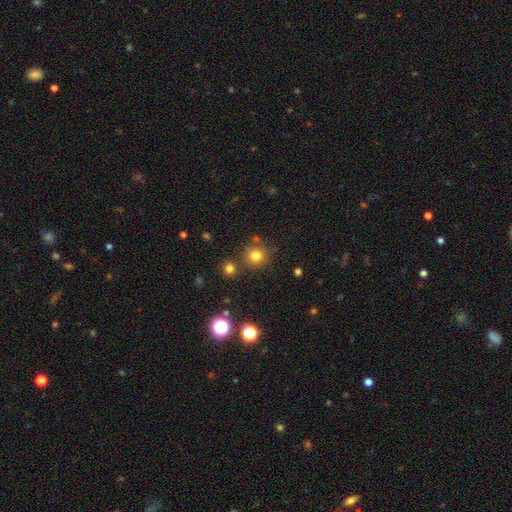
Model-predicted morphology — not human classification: This appears to be a smooth galaxy with no disk features (77%) that is round (92%). Merging: none (80%).